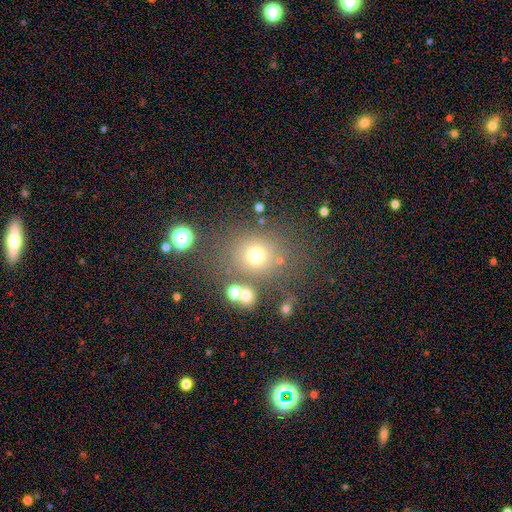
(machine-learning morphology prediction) Q: Smooth or featured?
A: smooth (67%); runner-up: star or artifact (21%)
Q: How rounded?
A: round (73%); runner-up: in between (26%)
Q: Merging?
A: none (70%); runner-up: minor disturbance (13%)